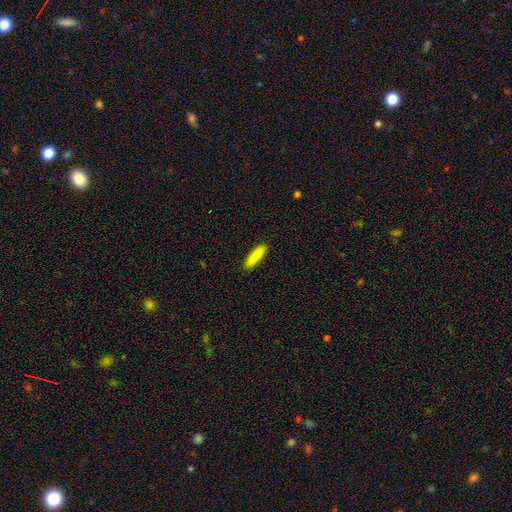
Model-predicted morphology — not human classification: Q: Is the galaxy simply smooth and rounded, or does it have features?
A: smooth — 87%.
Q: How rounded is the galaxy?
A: cigar-shaped — 81%.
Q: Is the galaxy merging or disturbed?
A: none — 89%.